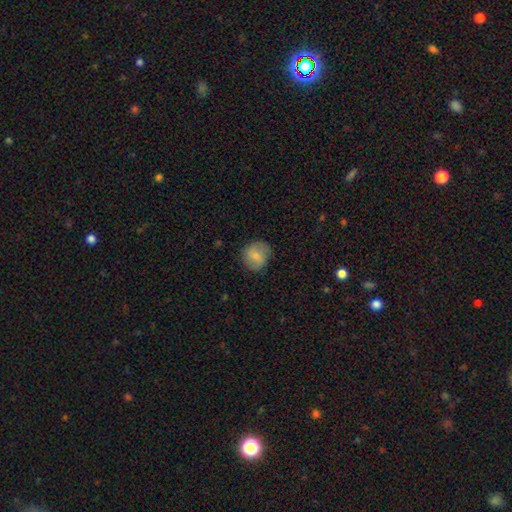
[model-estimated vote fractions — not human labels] Smooth or featured? smooth (71%)
How rounded? round (83%)
Merging? none (77%)